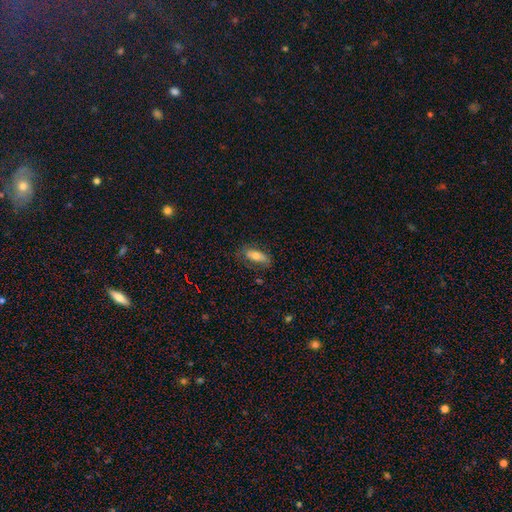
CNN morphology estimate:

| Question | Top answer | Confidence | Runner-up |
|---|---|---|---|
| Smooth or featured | smooth | 63% | featured or disk (28%) |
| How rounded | in between | 73% | cigar-shaped (24%) |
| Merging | none | 70% | minor disturbance (21%) |